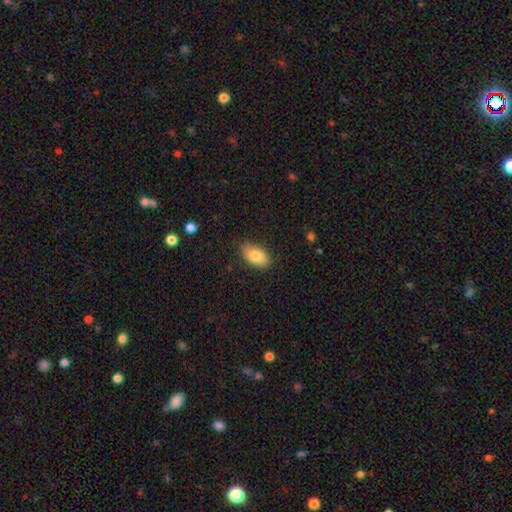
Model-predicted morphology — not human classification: smooth_or_featured: smooth (p=0.82) [alt: featured or disk p=0.12]
how_rounded: in between (p=0.93) [alt: round p=0.04]
merging: none (p=0.82) [alt: minor disturbance p=0.14]